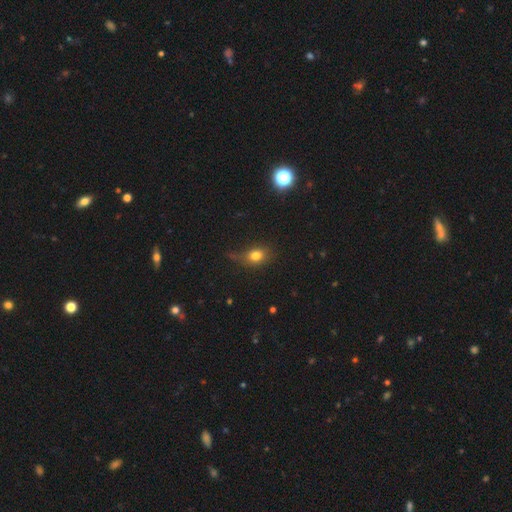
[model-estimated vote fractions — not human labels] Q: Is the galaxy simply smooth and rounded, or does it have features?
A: smooth — 76%.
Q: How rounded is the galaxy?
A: in between — 54%.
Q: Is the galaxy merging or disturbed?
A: none — 58%.